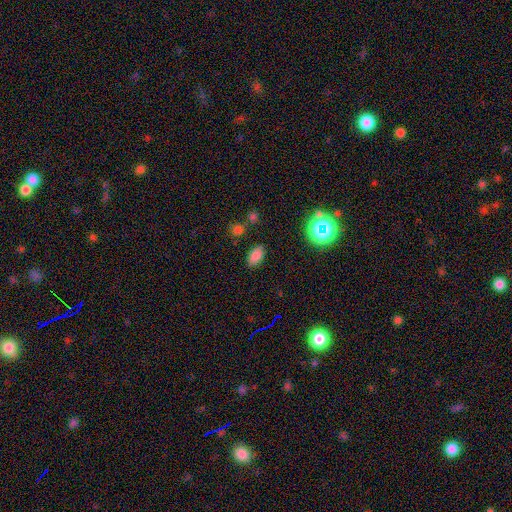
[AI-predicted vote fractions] smooth 78%, star or artifact 16%, featured or disk 6%. Down the decision tree: how rounded — in between (90%); merging — none (83%).